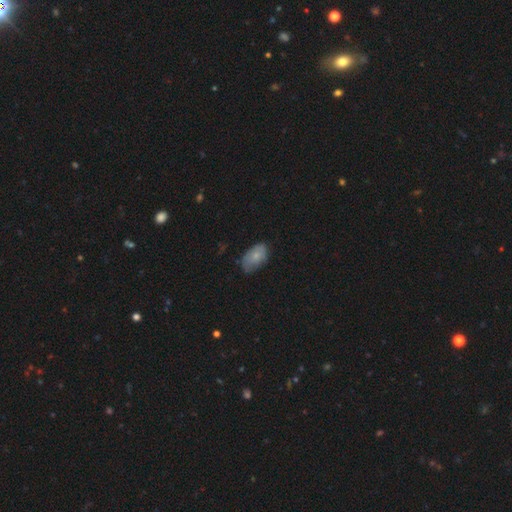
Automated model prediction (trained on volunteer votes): smooth-or-featured: smooth: 73% | featured or disk: 20% | star or artifact: 7%
  how-rounded: in between: 92% | round: 6% | cigar-shaped: 2%
  merging: none: 65% | minor disturbance: 28% | major disturbance: 6% | merger: 1%